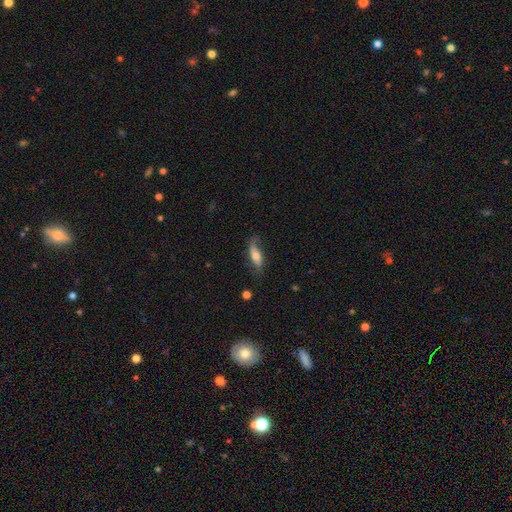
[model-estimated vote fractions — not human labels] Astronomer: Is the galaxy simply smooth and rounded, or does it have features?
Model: smooth — 50% (runner-up: featured or disk, 43%).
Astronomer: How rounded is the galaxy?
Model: in between — 61% (runner-up: cigar-shaped, 36%).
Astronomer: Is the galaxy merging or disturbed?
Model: none — 59%.